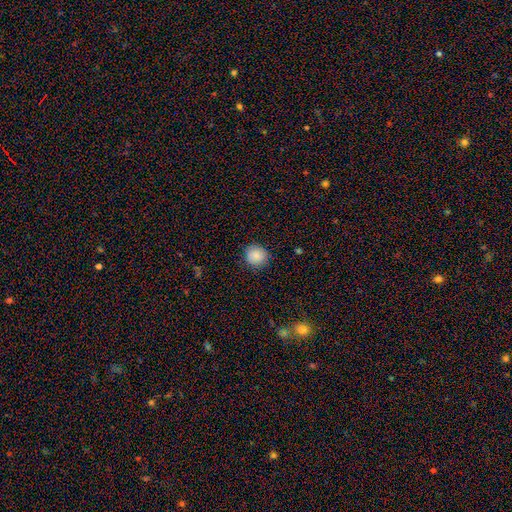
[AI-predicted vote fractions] Smooth or featured? smooth (88%)
How rounded? round (89%)
Merging? none (89%)